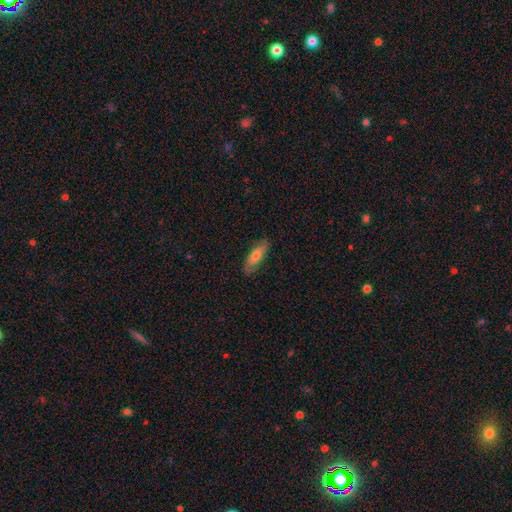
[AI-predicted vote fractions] smooth_or_featured: smooth (p=0.61) [alt: featured or disk p=0.33]
how_rounded: in between (p=0.62) [alt: cigar-shaped p=0.36]
merging: none (p=0.80) [alt: minor disturbance p=0.16]